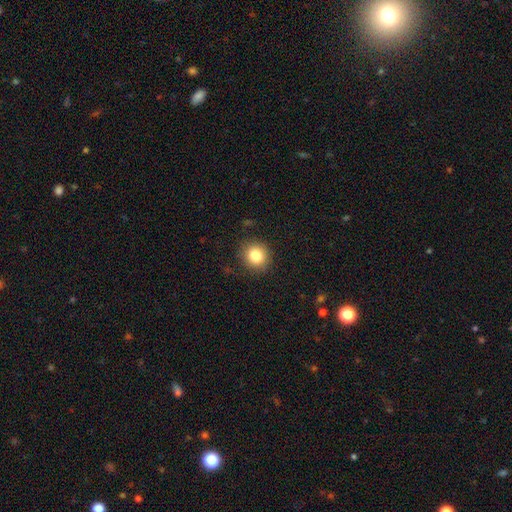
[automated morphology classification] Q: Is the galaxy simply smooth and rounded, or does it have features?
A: smooth — 83%.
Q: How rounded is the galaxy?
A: round — 90%.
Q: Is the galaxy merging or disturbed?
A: none — 89%.